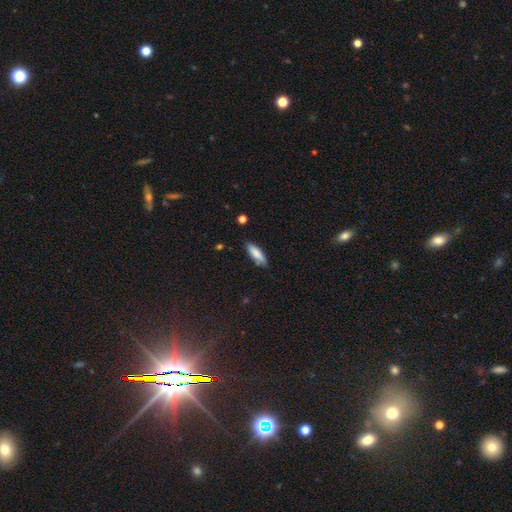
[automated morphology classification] This is clearly a smooth galaxy (80%). How rounded: possibly cigar-shaped (53%). Merging: clearly none (81%).